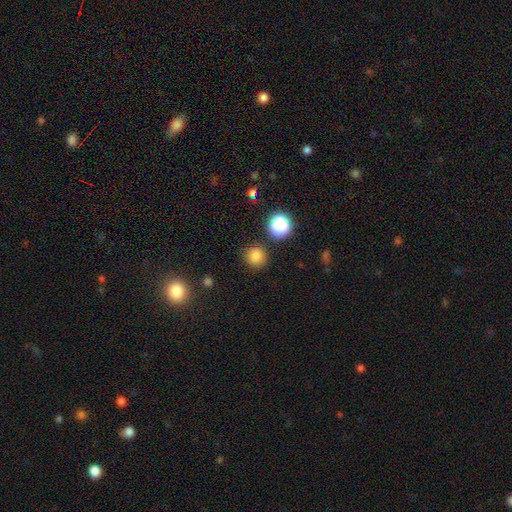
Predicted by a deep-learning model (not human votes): Smooth or featured?
  - smooth: 80% *
  - star or artifact: 16%
  - featured or disk: 4%
How rounded?
  - round: 93% *
  - in between: 6%
  - cigar-shaped: 1%
Merging?
  - none: 87% *
  - minor disturbance: 7%
  - merger: 3%
  - major disturbance: 3%